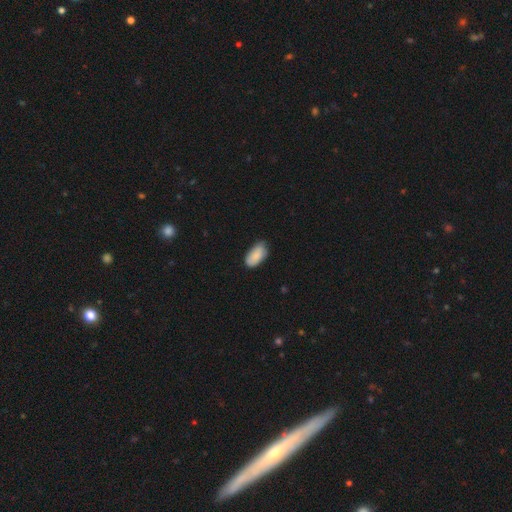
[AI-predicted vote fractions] Overall: smooth (86%). How rounded: in between (94%). Merging: none (70%).